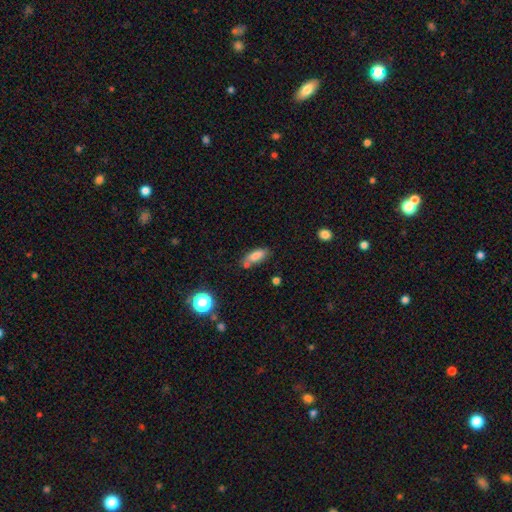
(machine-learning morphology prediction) Smooth or featured? smooth (81%)
How rounded? in between (73%)
Merging? none (60%)